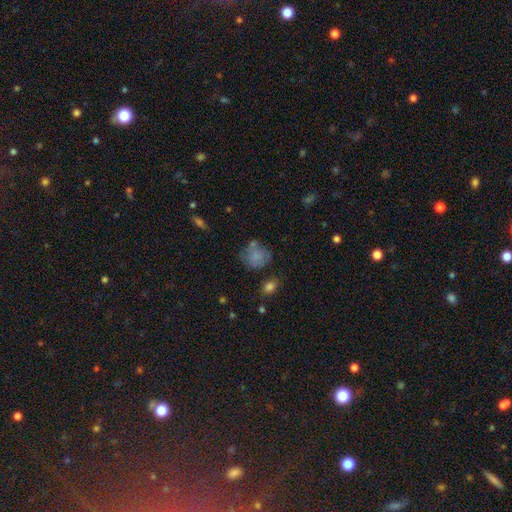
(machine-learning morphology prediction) Smooth or featured: smooth — 73% (featured or disk — 16%)
How rounded: round — 71% (in between — 28%)
Merging: none — 52% (minor disturbance — 24%)